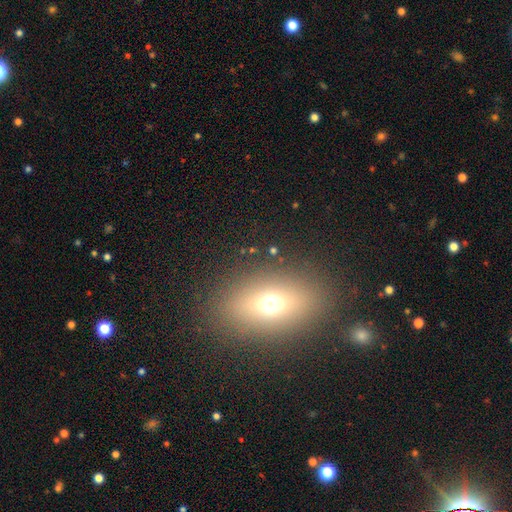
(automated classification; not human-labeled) Q: Smooth or featured?
A: smooth (58%); runner-up: featured or disk (22%)
Q: How rounded?
A: in between (79%); runner-up: round (12%)
Q: Merging?
A: none (86%); runner-up: minor disturbance (8%)